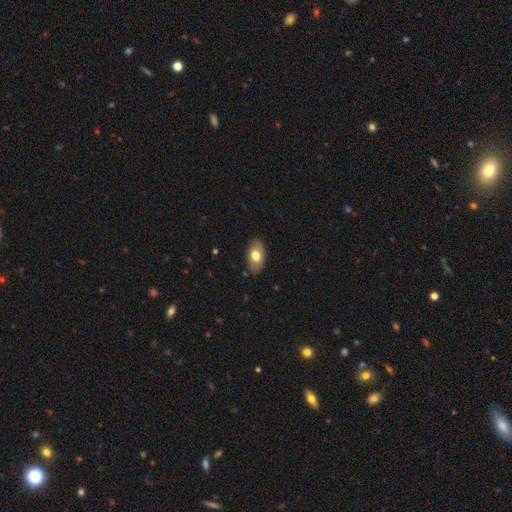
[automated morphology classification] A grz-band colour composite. It shows a smooth galaxy with no disk features (70%) that is in between round and cigar-shaped (92%). Merging: none (84%).